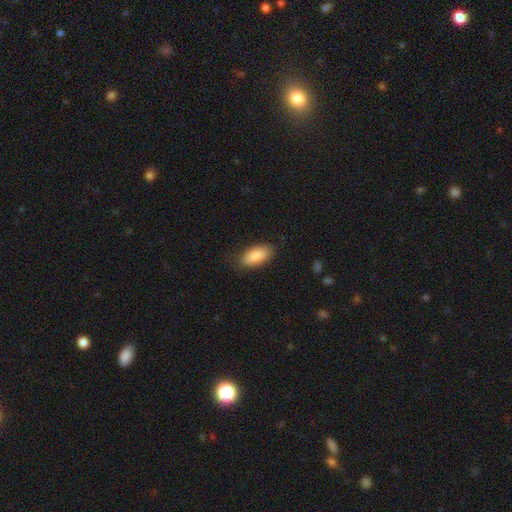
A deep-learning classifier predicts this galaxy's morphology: smooth-or-featured: smooth: 89% | star or artifact: 6% | featured or disk: 5%
  how-rounded: in between: 89% | cigar-shaped: 9% | round: 2%
  merging: none: 84% | minor disturbance: 12% | major disturbance: 3% | merger: 1%